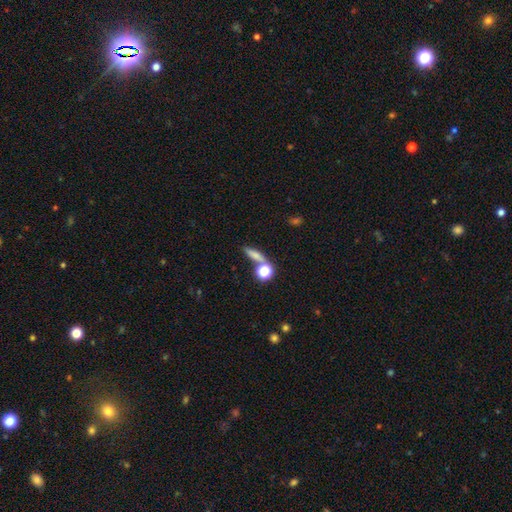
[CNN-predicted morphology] Smooth or featured: smooth — 66% (featured or disk — 19%)
How rounded: cigar-shaped — 55% (in between — 25%)
Merging: none — 61% (merger — 23%)